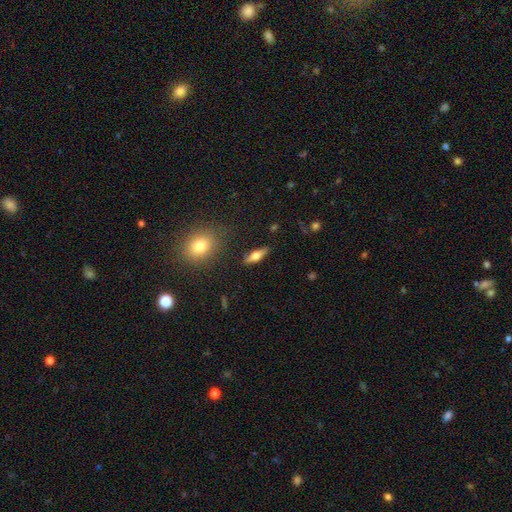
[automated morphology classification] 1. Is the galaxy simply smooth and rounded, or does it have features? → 53% smooth, 40% featured or disk, 8% star or artifact.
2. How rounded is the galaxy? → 54% in between, 42% cigar-shaped, 4% round.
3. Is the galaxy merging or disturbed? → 86% none, 9% minor disturbance, 3% major disturbance, 2% merger.